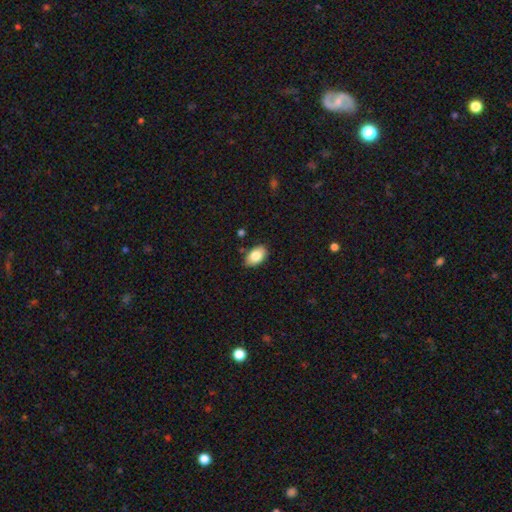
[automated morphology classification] The model was most divided on "merging": none: 84%, minor disturbance: 12%, merger: 2%, major disturbance: 2%. More confident: how rounded — in between (92%); smooth or featured — smooth (83%).